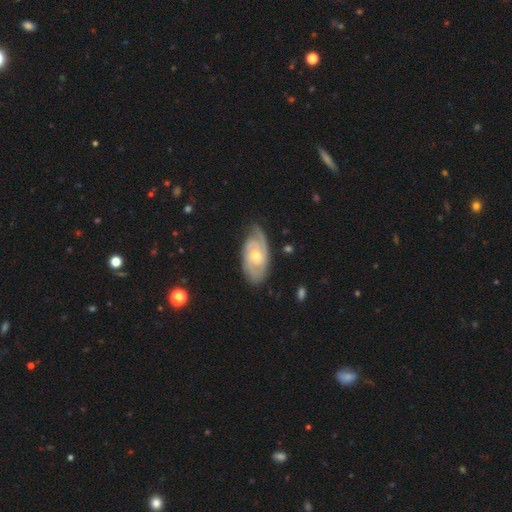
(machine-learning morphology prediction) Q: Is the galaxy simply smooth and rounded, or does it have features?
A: featured or disk — 86%.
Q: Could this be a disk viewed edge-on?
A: no — 95%.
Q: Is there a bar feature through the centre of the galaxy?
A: no — 69%.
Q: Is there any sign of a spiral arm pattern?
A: yes — 96%.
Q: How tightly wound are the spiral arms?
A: tight — 66%.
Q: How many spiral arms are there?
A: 2 — 52%.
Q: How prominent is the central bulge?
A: small — 52%.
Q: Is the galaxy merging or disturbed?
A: none — 74%.